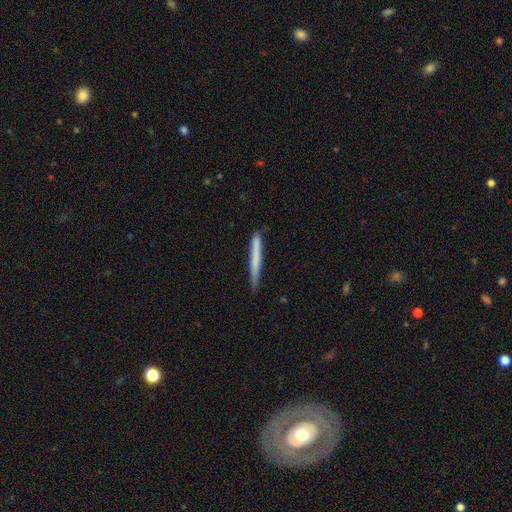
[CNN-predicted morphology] smooth-or-featured: smooth: 63% | featured or disk: 31% | star or artifact: 6%
  how-rounded: cigar-shaped: 97% | in between: 2% | round: 1%
  merging: none: 83% | minor disturbance: 13% | major disturbance: 2% | merger: 2%